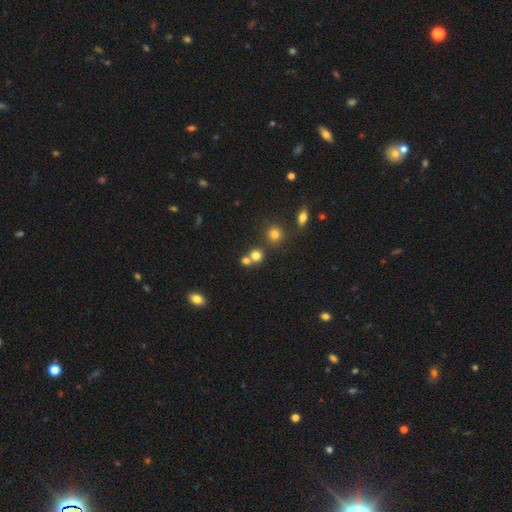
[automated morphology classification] This appears to be a smooth galaxy with no disk features (74%) that is round (85%). Merging: none (54%).